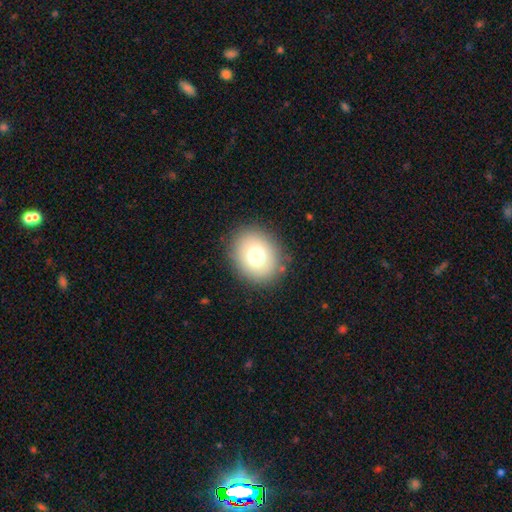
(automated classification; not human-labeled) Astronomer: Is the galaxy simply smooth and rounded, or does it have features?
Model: smooth — 73%.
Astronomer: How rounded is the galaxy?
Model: round — 61% (runner-up: in between, 38%).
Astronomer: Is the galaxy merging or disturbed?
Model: none — 86%.